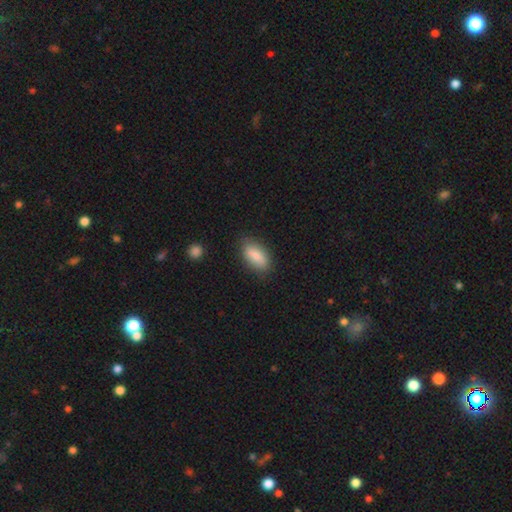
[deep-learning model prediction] This is clearly a smooth galaxy (84%). How rounded: clearly in between (84%). Merging: likely none (80%).